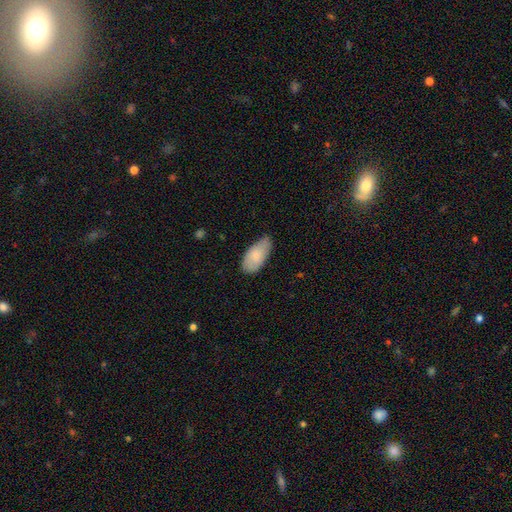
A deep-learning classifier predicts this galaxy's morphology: This is likely a smooth galaxy (79%). How rounded: clearly in between (94%). Merging: possibly none (57%).